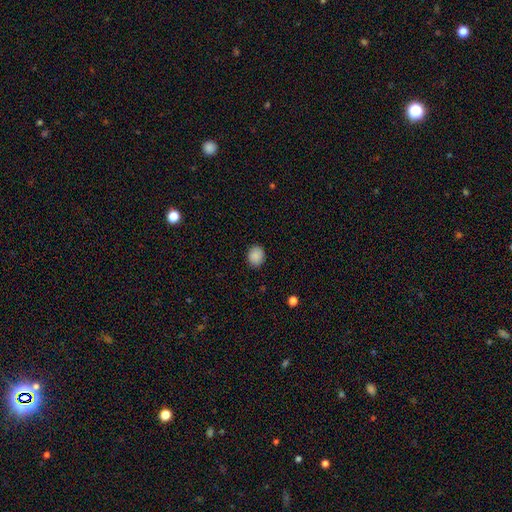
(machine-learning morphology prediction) This appears to be a smooth galaxy with no disk features (88%) that is round (65%). Merging: none (89%).